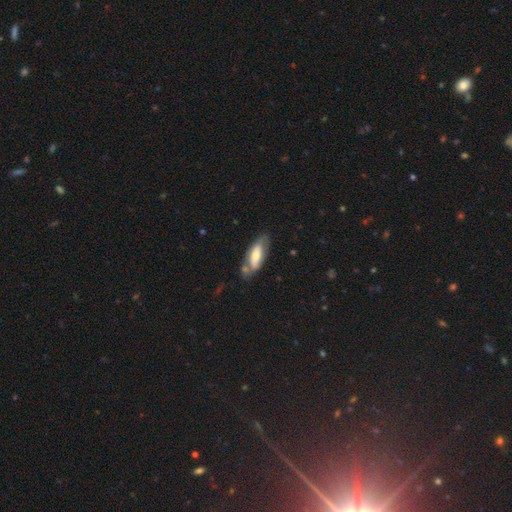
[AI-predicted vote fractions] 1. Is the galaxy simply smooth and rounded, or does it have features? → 52% smooth, 42% featured or disk, 6% star or artifact.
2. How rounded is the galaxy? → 68% in between, 30% cigar-shaped, 2% round.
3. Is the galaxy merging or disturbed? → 55% none, 25% minor disturbance, 11% merger, 9% major disturbance.